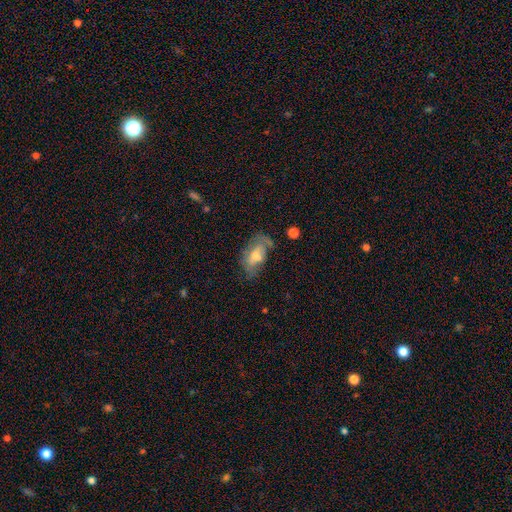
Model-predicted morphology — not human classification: type=smooth (46%, tied with featured or disk); merging=none (43%).